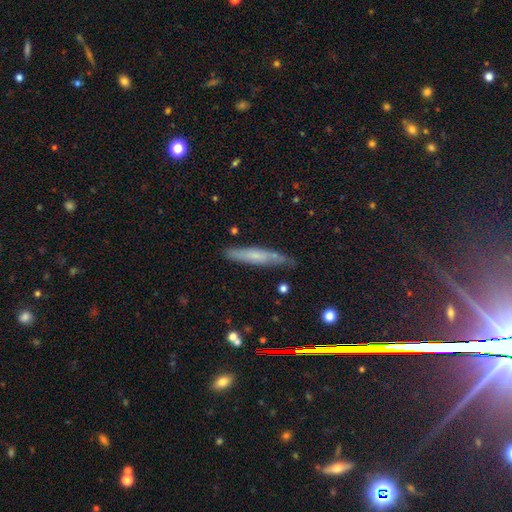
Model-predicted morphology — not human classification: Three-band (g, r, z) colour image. It shows a smooth galaxy with no disk features (53%) that is cigar-shaped (87%). Merging: none (71%).